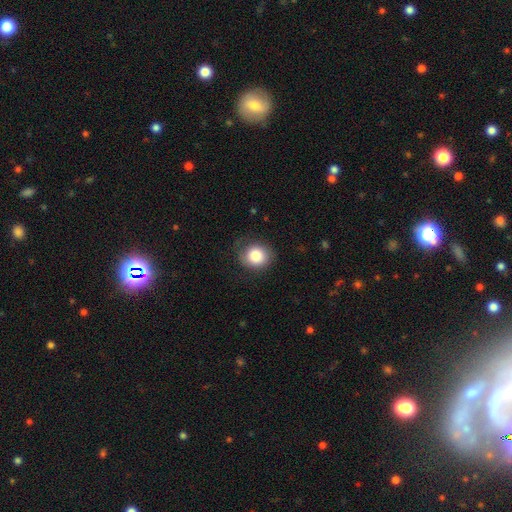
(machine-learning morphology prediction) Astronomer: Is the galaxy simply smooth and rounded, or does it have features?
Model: smooth — 84%.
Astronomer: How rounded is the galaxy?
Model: round — 78%.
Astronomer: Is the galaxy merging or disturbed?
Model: none — 76%.